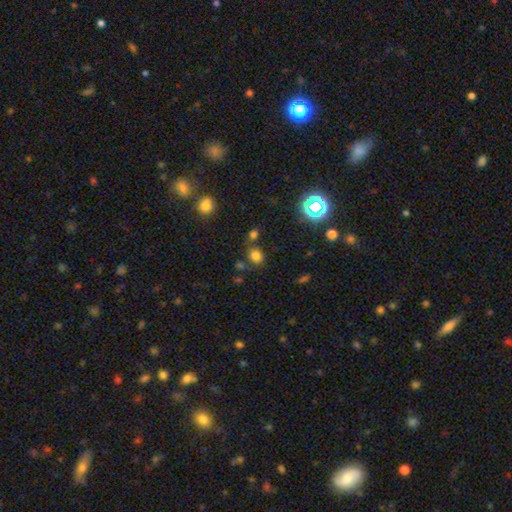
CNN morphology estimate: Smooth or featured: smooth — 74% (star or artifact — 19%)
How rounded: round — 69% (in between — 30%)
Merging: none — 69% (merger — 14%)